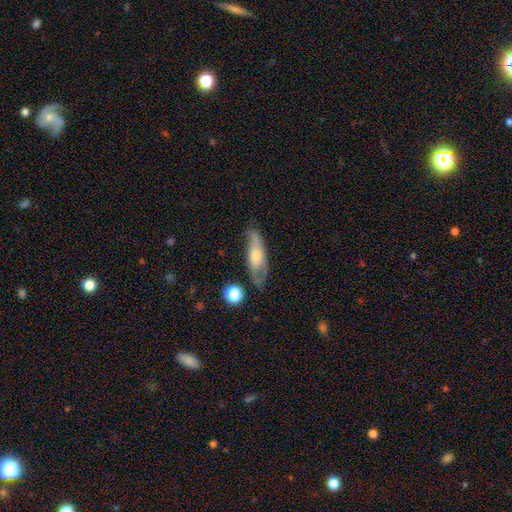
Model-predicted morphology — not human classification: Smooth or featured? featured or disk (48%)
Merging? none (63%)